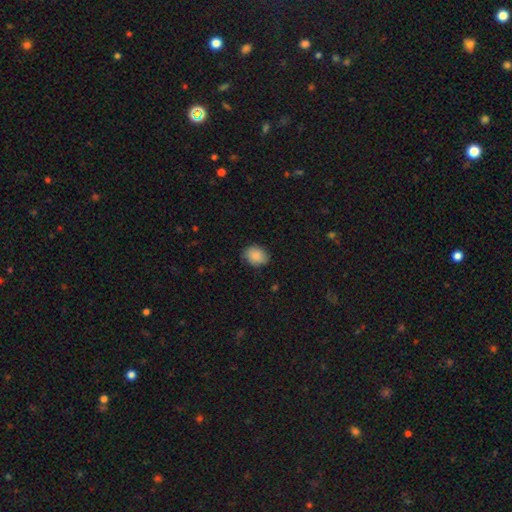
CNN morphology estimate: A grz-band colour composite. It shows a smooth galaxy with no disk features (86%) that is in between round and cigar-shaped (60%). Merging: none (79%).